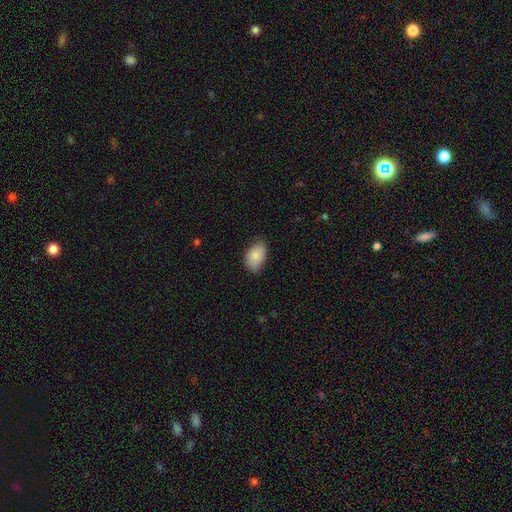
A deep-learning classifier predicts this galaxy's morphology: Q: Smooth or featured?
A: smooth (86%); runner-up: featured or disk (7%)
Q: How rounded?
A: in between (91%); runner-up: round (8%)
Q: Merging?
A: none (74%); runner-up: minor disturbance (22%)